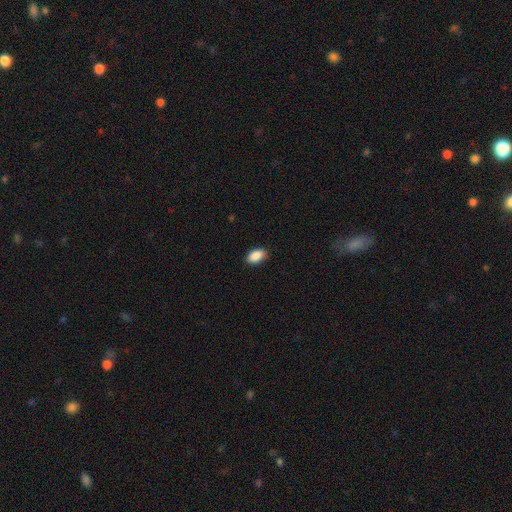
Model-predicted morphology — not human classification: A smooth galaxy with no disk features (90%) that is in between round and cigar-shaped (93%). Merging: none (86%).